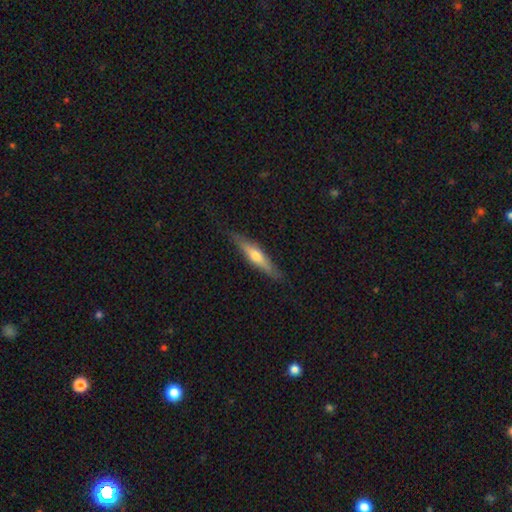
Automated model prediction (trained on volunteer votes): A featured or disk galaxy (53%) viewed edge-on (93%).

Vote fractions:
- Smooth or featured? featured or disk: 53% / smooth: 42% / star or artifact: 6%
- Edge-on disk? yes: 93% / no: 7%
- Merging? none: 85% / minor disturbance: 11% / major disturbance: 2% / merger: 1%